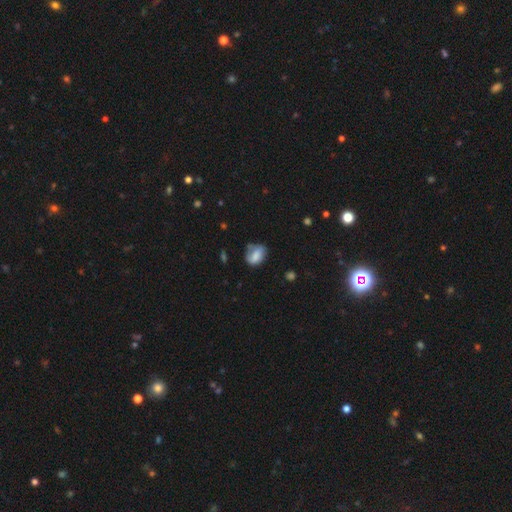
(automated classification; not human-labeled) Q: Smooth or featured?
A: smooth (73%); runner-up: featured or disk (19%)
Q: How rounded?
A: in between (69%); runner-up: round (30%)
Q: Merging?
A: none (45%); runner-up: minor disturbance (35%)